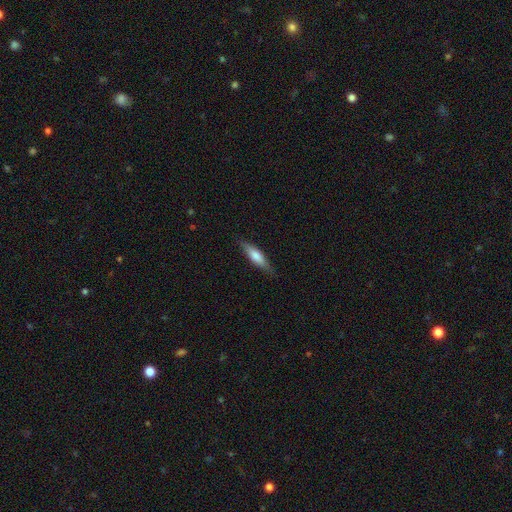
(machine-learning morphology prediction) type=smooth (67%); roundness=cigar-shaped (66%); merging=none (83%).